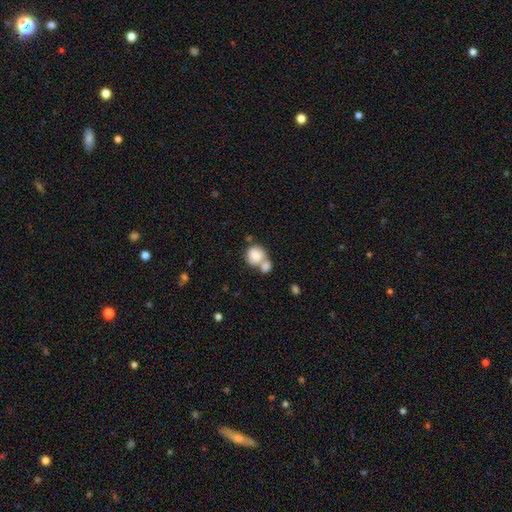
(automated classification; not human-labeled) This is likely a smooth galaxy (80%). How rounded: likely round (75%). Merging: likely merger (61%).